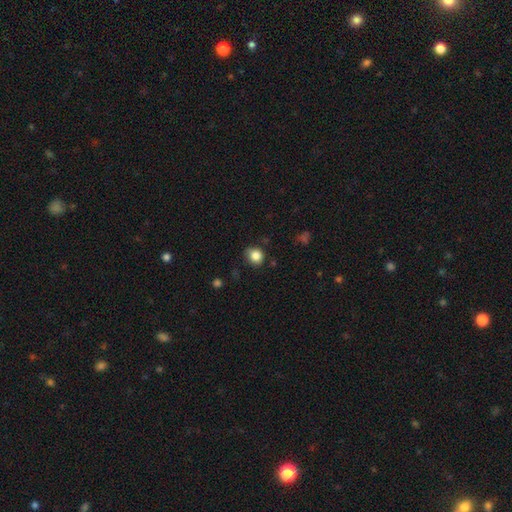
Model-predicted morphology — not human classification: Smooth or featured? smooth (85%)
How rounded? round (75%)
Merging? none (78%)